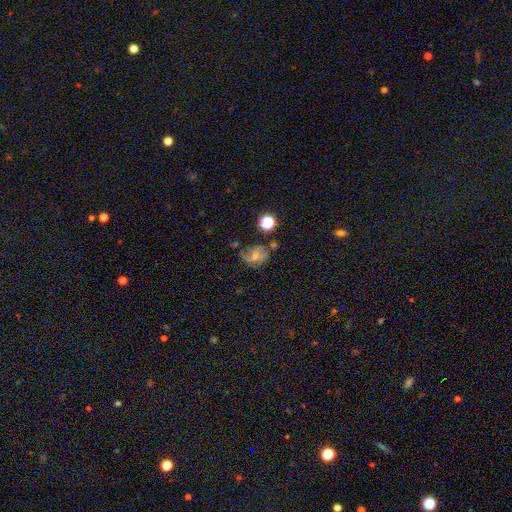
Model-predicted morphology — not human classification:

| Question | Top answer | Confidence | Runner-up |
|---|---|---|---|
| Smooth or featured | featured or disk | 58% | smooth (26%) |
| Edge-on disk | no | 97% | yes (3%) |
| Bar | no | 57% | weak (36%) |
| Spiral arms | yes | 87% | no (13%) |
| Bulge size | small | 38% | moderate (35%) |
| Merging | none | 44% | minor disturbance (24%) |